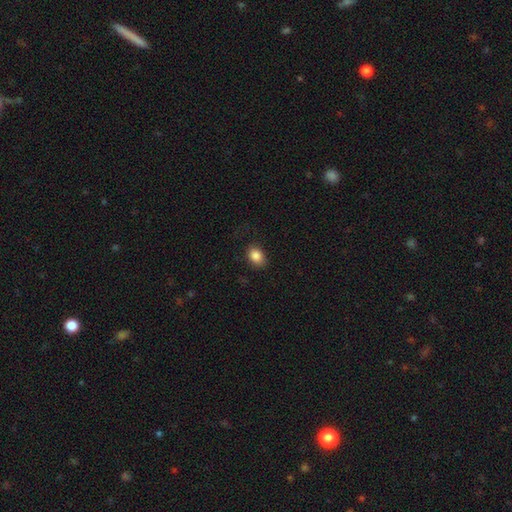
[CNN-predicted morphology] Smooth or featured: smooth — 86% (star or artifact — 9%)
How rounded: in between — 70% (round — 29%)
Merging: none — 81% (minor disturbance — 14%)